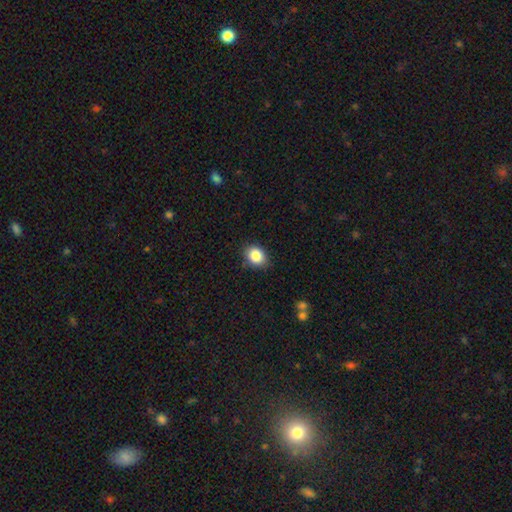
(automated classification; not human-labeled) Smooth or featured? Predicted: smooth (p=0.87). How rounded? Predicted: in between (p=0.58). Merging? Predicted: none (p=0.84).